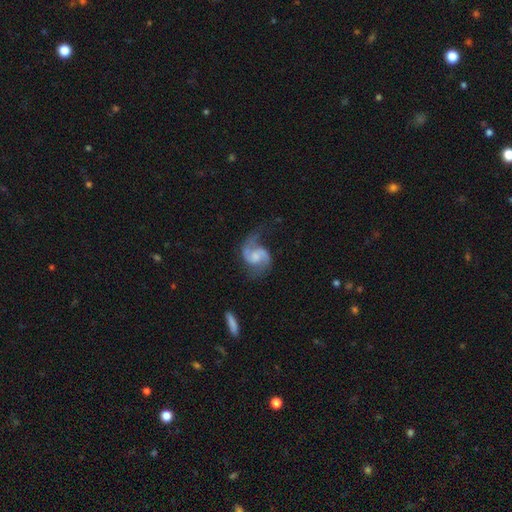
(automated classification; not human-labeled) smooth_or_featured: featured or disk (p=0.89) [alt: smooth p=0.07]
disk_edge_on: no (p=0.98) [alt: yes p=0.02]
bar: no (p=0.55) [alt: weak p=0.39]
has_spiral_arms: yes (p=0.97) [alt: no p=0.03]
spiral_winding: medium (p=0.52) [alt: loose p=0.36]
spiral_arm_count: 2 (p=0.90) [alt: 1 p=0.04]
bulge_size: moderate (p=0.36) [alt: small p=0.30]
merging: none (p=0.60) [alt: minor disturbance p=0.21]